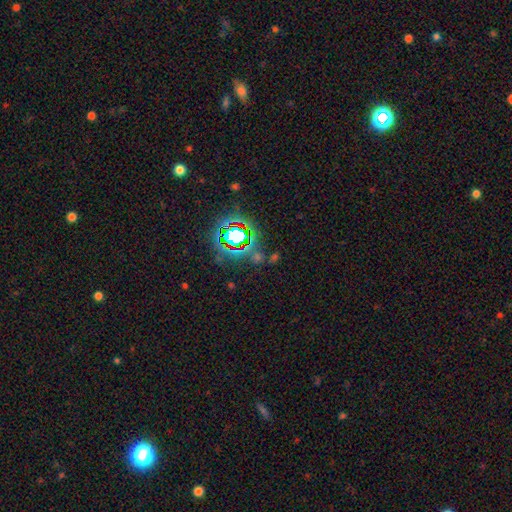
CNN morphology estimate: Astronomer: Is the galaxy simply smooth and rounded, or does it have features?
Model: star or artifact — 72%.